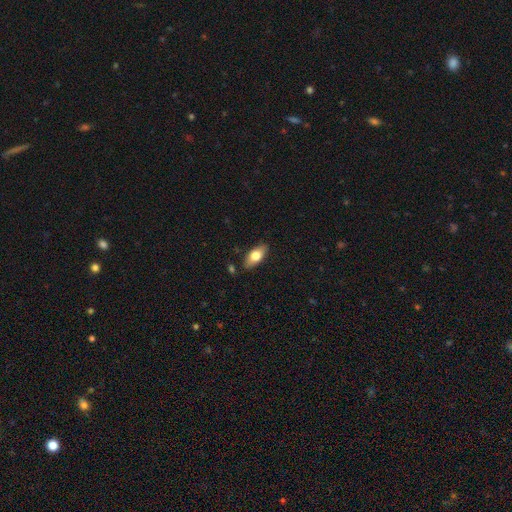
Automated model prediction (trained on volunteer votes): Smooth or featured? Predicted: smooth (p=0.71). How rounded? Predicted: in between (p=0.87). Merging? Predicted: none (p=0.84).